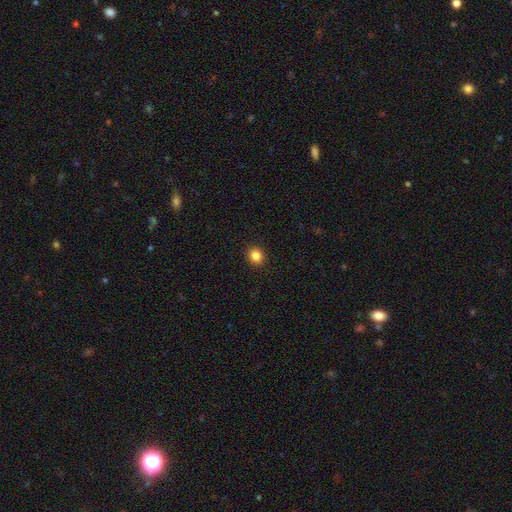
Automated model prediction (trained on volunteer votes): This is clearly a smooth galaxy (85%). How rounded: likely round (78%). Merging: clearly none (92%).